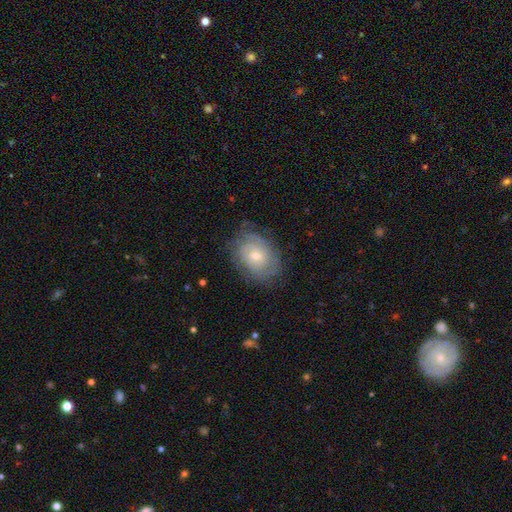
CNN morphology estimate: Smooth or featured: featured or disk — 64% (smooth — 29%)
Edge-on disk: no — 96% (yes — 4%)
Bar: no — 70% (weak — 26%)
Spiral arms: yes — 85% (no — 15%)
Spiral winding: tight — 66% (medium — 26%)
Spiral arm count: can't tell — 53% (2 — 21%)
Bulge size: small — 53% (moderate — 42%)
Merging: none — 73% (minor disturbance — 19%)